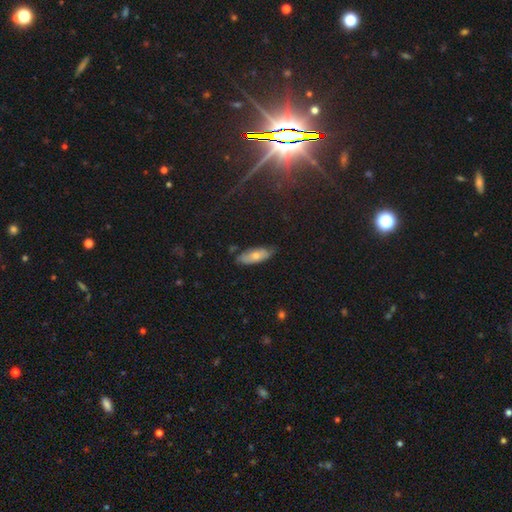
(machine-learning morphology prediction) This is likely a smooth galaxy (67%). How rounded: likely in between (75%). Merging: likely none (72%).